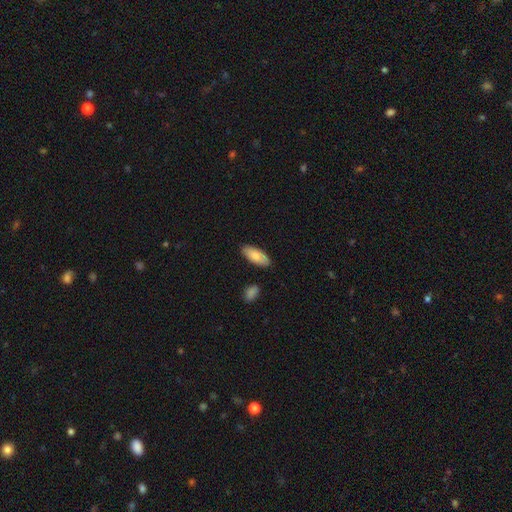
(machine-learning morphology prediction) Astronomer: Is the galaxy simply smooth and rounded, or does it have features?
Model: smooth — 82%.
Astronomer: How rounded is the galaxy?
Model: in between — 85%.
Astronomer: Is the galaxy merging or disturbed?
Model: none — 84%.